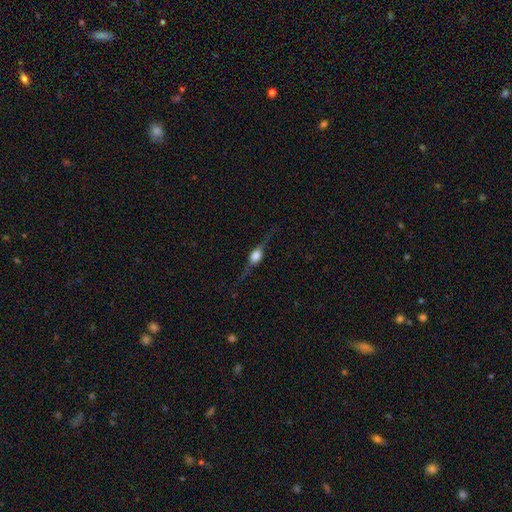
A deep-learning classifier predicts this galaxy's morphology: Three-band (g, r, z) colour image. It shows a featured or disk galaxy (70%) viewed edge-on (95%) with a rounded central bulge (91%). Merging: none (79%).